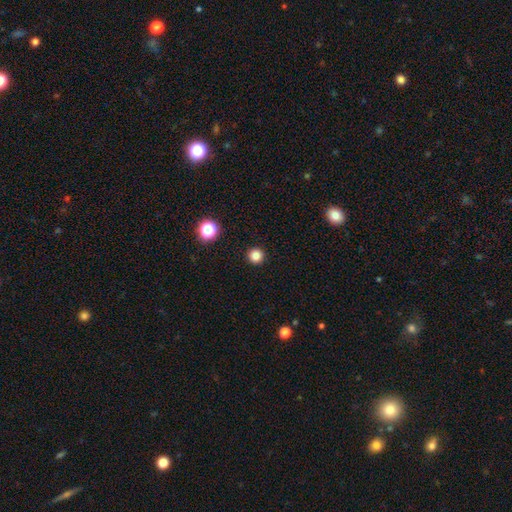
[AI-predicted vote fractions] This appears to be a smooth galaxy with no disk features (83%) that is round (96%). Merging: none (93%).